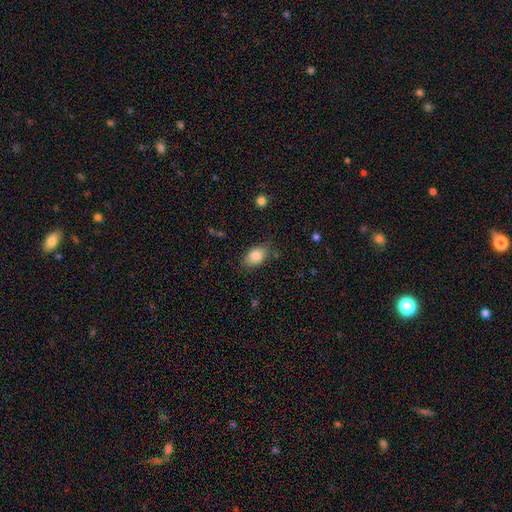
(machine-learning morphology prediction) A smooth galaxy with no disk features (84%) that is in between round and cigar-shaped (88%). Merging: none (78%).